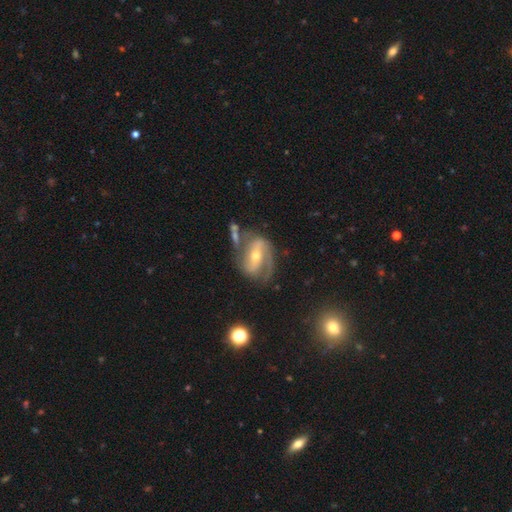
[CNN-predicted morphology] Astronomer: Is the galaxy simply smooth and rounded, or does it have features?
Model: featured or disk — 85%.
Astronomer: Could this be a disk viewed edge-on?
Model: no — 96%.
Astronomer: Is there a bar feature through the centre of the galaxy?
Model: strong — 51% (runner-up: weak, 32%).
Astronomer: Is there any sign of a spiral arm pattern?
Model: yes — 95%.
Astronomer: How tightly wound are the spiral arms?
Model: medium — 50% (runner-up: tight, 27%).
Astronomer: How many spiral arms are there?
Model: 2 — 85%.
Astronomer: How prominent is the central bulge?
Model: moderate — 53% (runner-up: small, 43%).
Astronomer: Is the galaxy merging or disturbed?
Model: none — 64%.